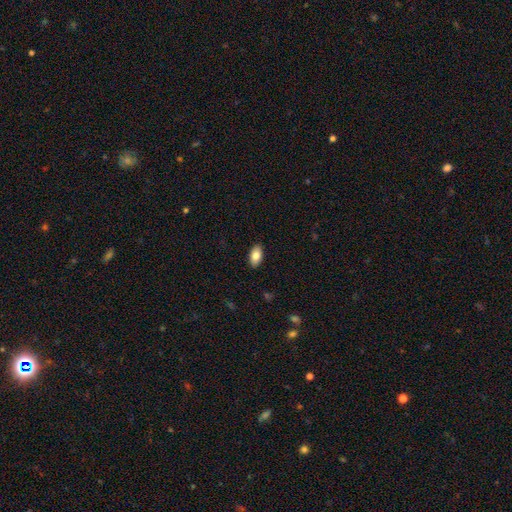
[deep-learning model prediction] smooth 84%, featured or disk 10%, star or artifact 7%. Down the decision tree: how rounded — in between (93%); merging — none (90%).